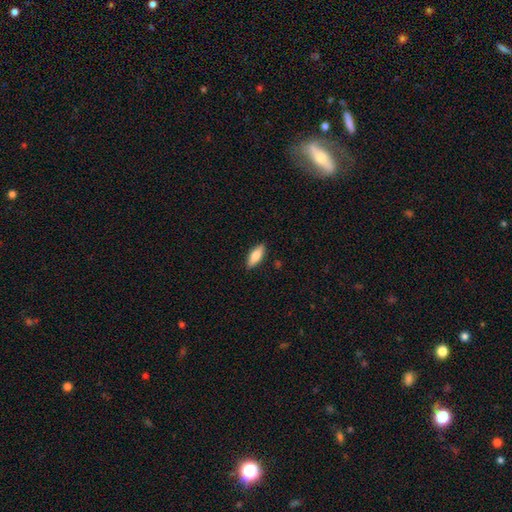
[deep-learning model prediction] This is likely a smooth galaxy (75%). How rounded: likely in between (65%). Merging: clearly none (87%).